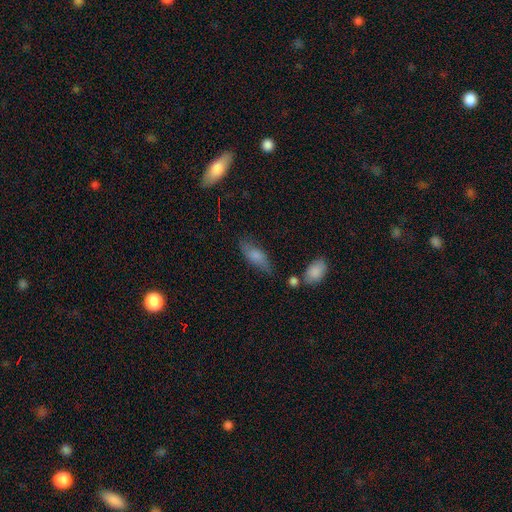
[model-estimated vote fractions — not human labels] Q: Smooth or featured?
A: smooth (75%); runner-up: featured or disk (17%)
Q: How rounded?
A: in between (75%); runner-up: cigar-shaped (22%)
Q: Merging?
A: none (61%); runner-up: minor disturbance (26%)